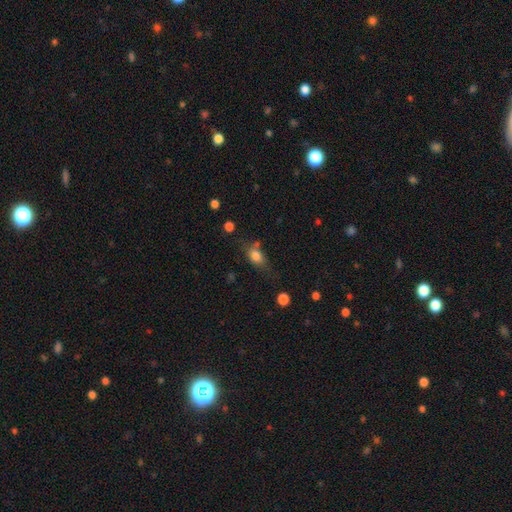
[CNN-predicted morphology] Smooth or featured? Predicted: smooth (p=0.79). How rounded? Predicted: in between (p=0.73). Merging? Predicted: none (p=0.55).